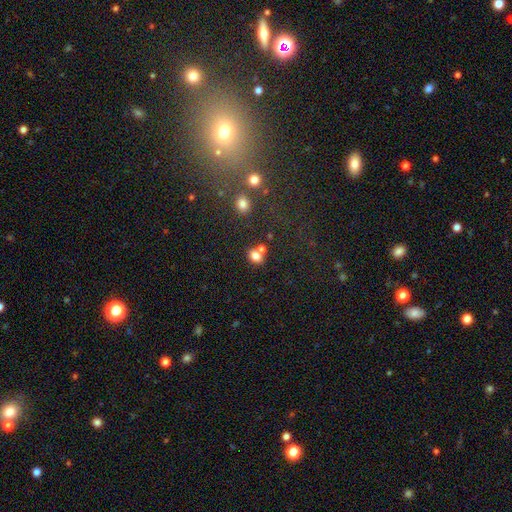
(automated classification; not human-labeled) Smooth or featured? smooth (78%)
How rounded? round (54%)
Merging? none (52%)